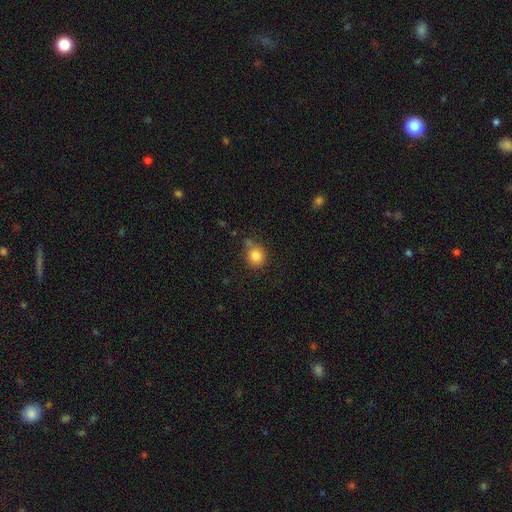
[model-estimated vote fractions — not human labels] Q: Smooth or featured?
A: smooth (83%); runner-up: star or artifact (10%)
Q: How rounded?
A: round (82%); runner-up: in between (17%)
Q: Merging?
A: none (64%); runner-up: minor disturbance (21%)